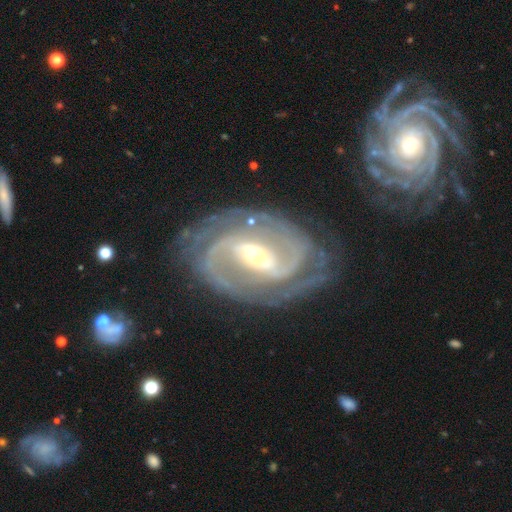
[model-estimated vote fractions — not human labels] Smooth or featured? Predicted: featured or disk (p=0.92). Edge-on disk? Predicted: no (p=0.97). Bar? Predicted: strong (p=0.49). Spiral arms? Predicted: yes (p=0.98). Spiral winding? Predicted: tight (p=0.46). Spiral arm count? Predicted: 2 (p=0.73). Bulge size? Predicted: moderate (p=0.53). Merging? Predicted: none (p=0.75).